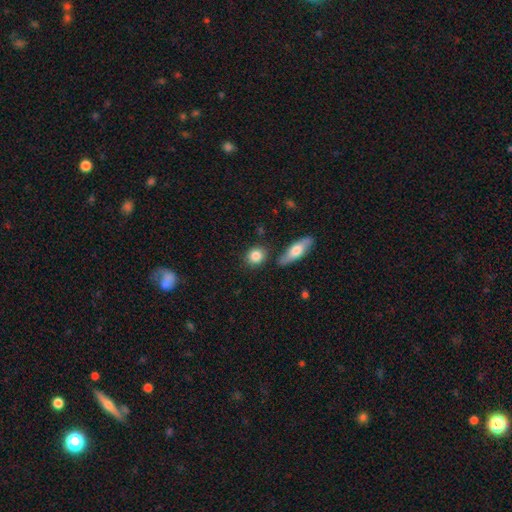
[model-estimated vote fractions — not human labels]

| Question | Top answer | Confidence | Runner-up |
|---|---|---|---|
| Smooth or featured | smooth | 84% | featured or disk (9%) |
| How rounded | round | 68% | in between (28%) |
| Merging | none | 78% | minor disturbance (11%) |